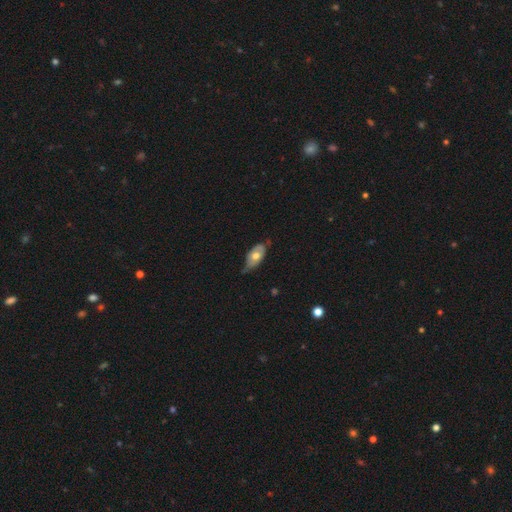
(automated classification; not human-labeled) Smooth or featured? smooth (51%)
How rounded? in between (89%)
Merging? none (50%)